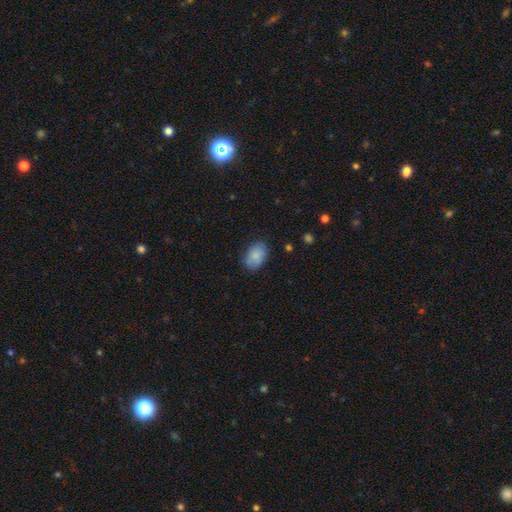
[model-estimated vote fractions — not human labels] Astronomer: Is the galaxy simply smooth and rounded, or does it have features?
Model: smooth — 87%.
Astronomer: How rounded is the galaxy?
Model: in between — 87%.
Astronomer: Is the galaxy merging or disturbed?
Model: none — 82%.